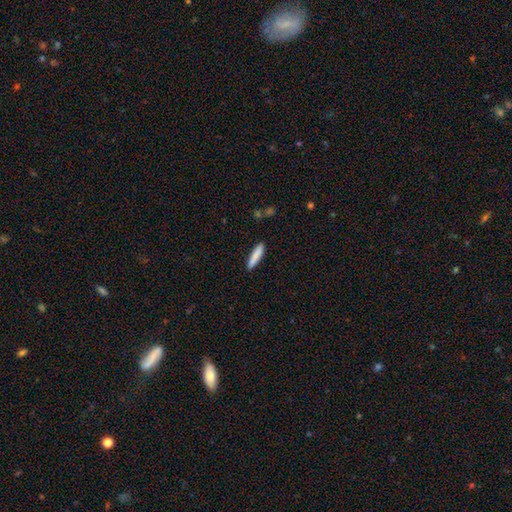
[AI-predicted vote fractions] Overall: smooth (85%). How rounded: cigar-shaped (85%). Merging: none (87%).